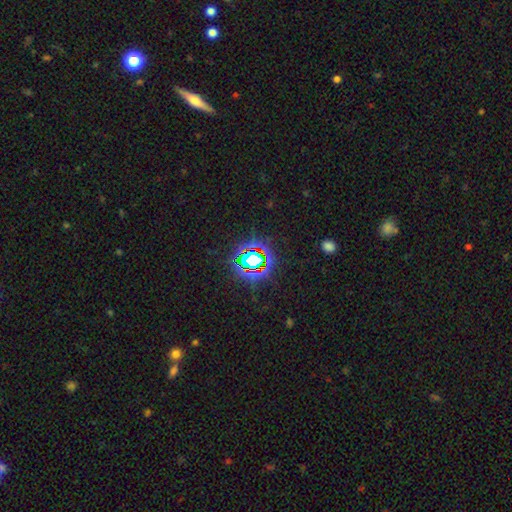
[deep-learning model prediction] Q: Smooth or featured?
A: star or artifact (76%); runner-up: smooth (15%)